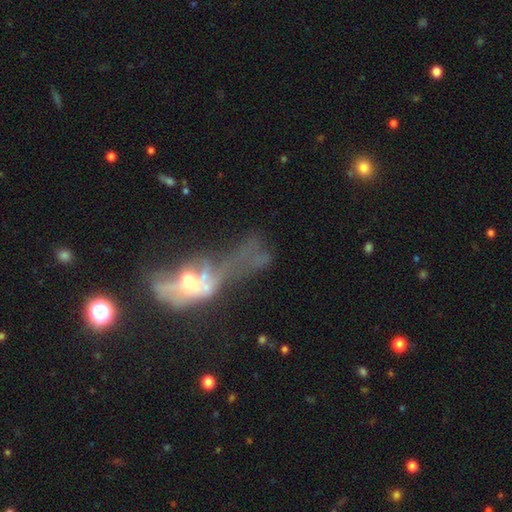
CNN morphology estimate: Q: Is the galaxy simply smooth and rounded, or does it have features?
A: featured or disk — 50%.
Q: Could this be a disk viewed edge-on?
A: no — 75%.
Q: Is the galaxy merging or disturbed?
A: major disturbance — 39%.